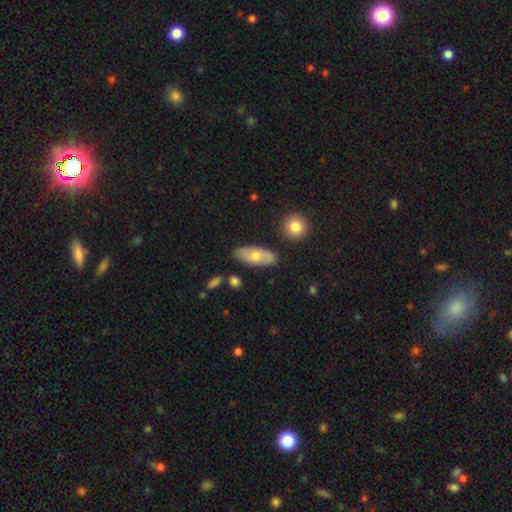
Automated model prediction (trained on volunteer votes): This is likely a smooth galaxy (63%). How rounded: clearly in between (82%). Merging: clearly none (80%).